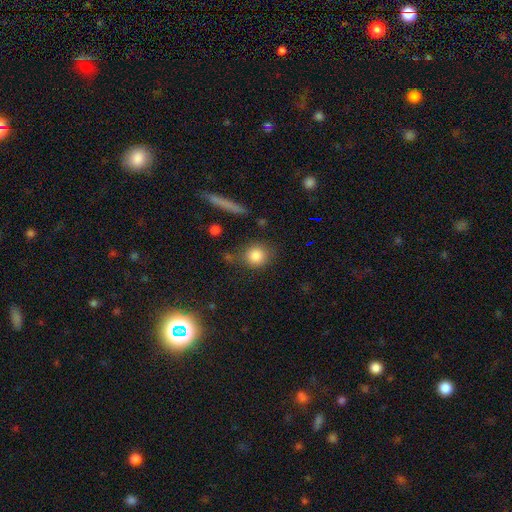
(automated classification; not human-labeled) smooth-or-featured: smooth: 84% | star or artifact: 9% | featured or disk: 7%
  how-rounded: round: 82% | in between: 15% | cigar-shaped: 2%
  merging: none: 74% | minor disturbance: 15% | merger: 6% | major disturbance: 5%